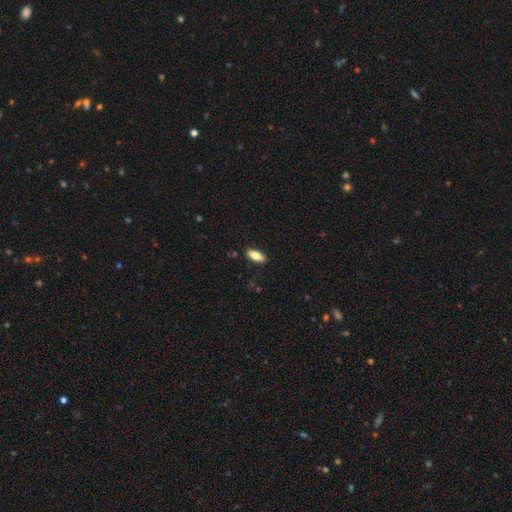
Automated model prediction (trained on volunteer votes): This is likely a smooth galaxy (76%). How rounded: clearly in between (82%). Merging: clearly none (88%).